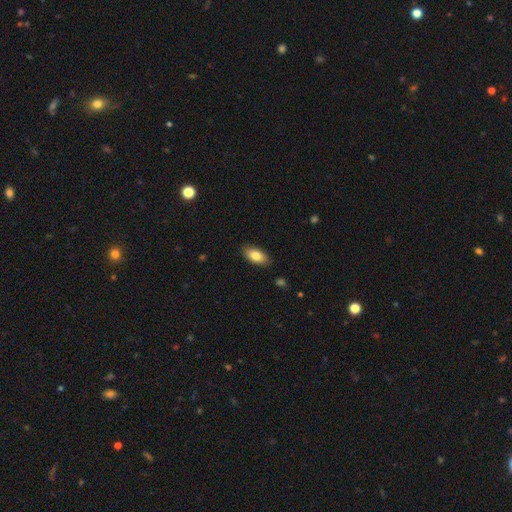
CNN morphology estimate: Smooth or featured? smooth (82%)
How rounded? in between (91%)
Merging? none (87%)